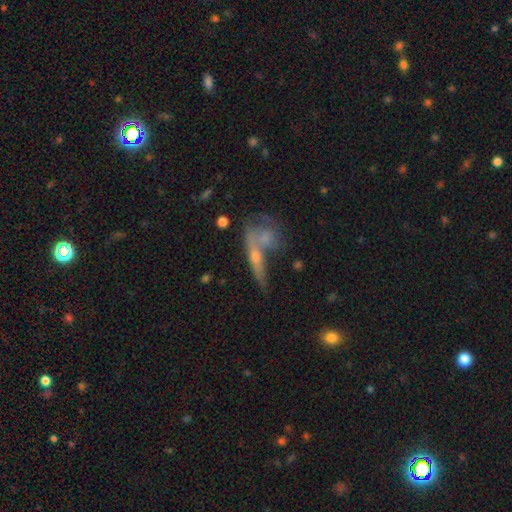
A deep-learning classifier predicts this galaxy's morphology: Q: Smooth or featured?
A: featured or disk (45%); runner-up: smooth (35%)
Q: Merging?
A: merger (40%); runner-up: none (36%)